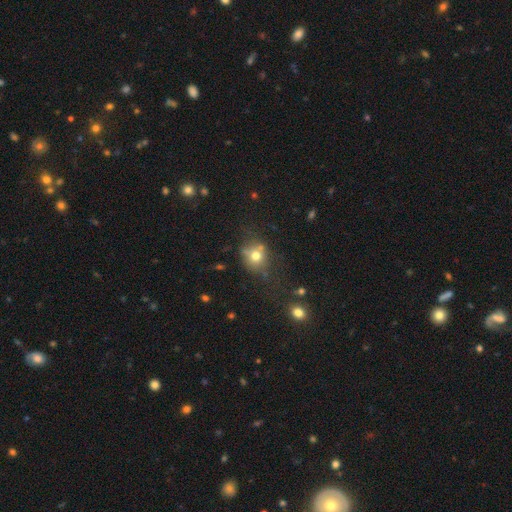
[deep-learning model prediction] A smooth galaxy with no disk features (68%) that is round (75%).

Vote fractions:
- Smooth or featured? smooth: 68% / star or artifact: 16% / featured or disk: 16%
- How rounded? round: 75% / in between: 23% / cigar-shaped: 1%
- Merging? none: 63% / minor disturbance: 19% / merger: 10% / major disturbance: 9%